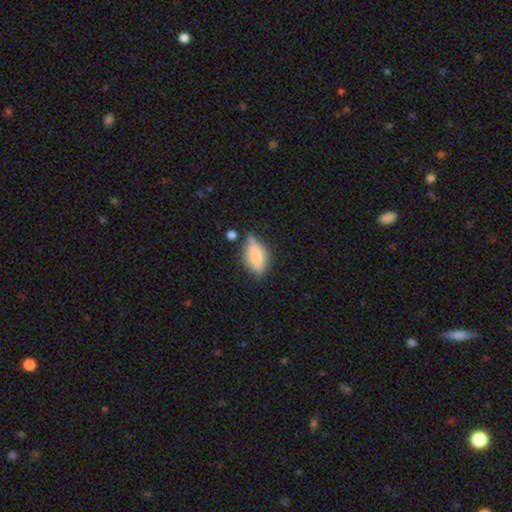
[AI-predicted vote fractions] Smooth or featured: smooth — 53% (featured or disk — 38%)
How rounded: in between — 72% (cigar-shaped — 22%)
Merging: none — 64% (minor disturbance — 23%)